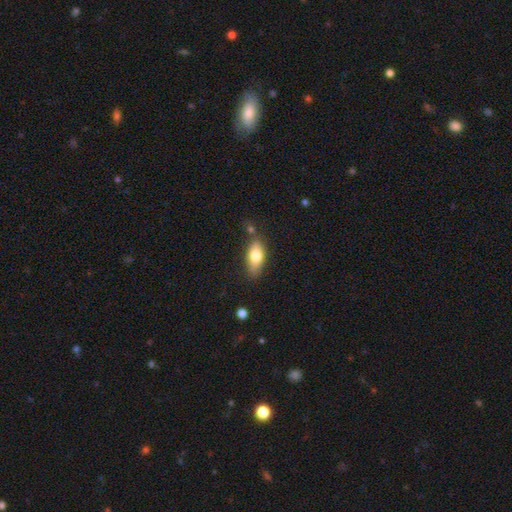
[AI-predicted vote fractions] The model was most divided on "merging": none: 72%, minor disturbance: 18%, merger: 6%, major disturbance: 4%. More confident: how rounded — in between (83%); smooth or featured — smooth (76%).